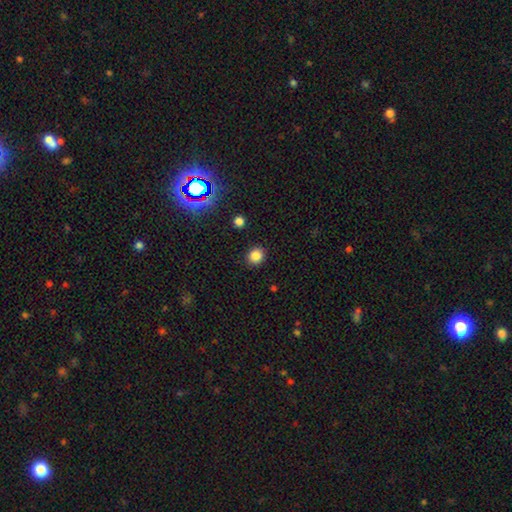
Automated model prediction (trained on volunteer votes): Smooth or featured: smooth — 84% (star or artifact — 12%)
How rounded: round — 82% (in between — 17%)
Merging: none — 90% (minor disturbance — 7%)